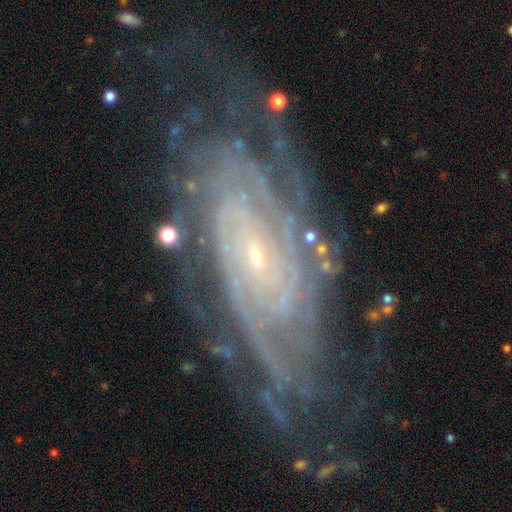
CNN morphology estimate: A featured or disk galaxy (89%) with no bar (61%), tight (78%) spiral arms (97%) and a small central bulge (86%). Merging: none (73%).